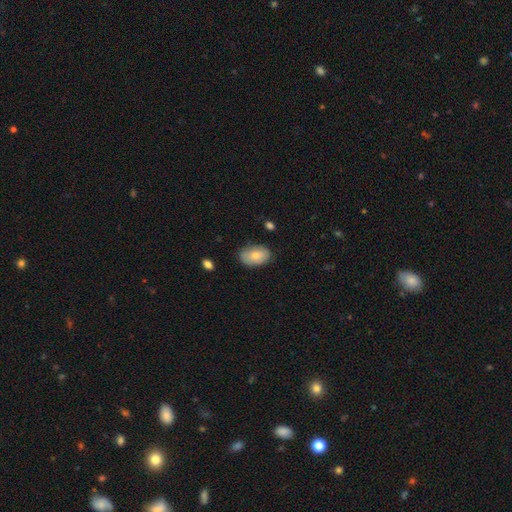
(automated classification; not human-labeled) A smooth galaxy with no disk features (75%) that is in between round and cigar-shaped (89%).

Vote fractions:
- Smooth or featured? smooth: 75% / featured or disk: 19% / star or artifact: 7%
- How rounded? in between: 89% / round: 9% / cigar-shaped: 1%
- Merging? none: 73% / minor disturbance: 21% / major disturbance: 4% / merger: 2%